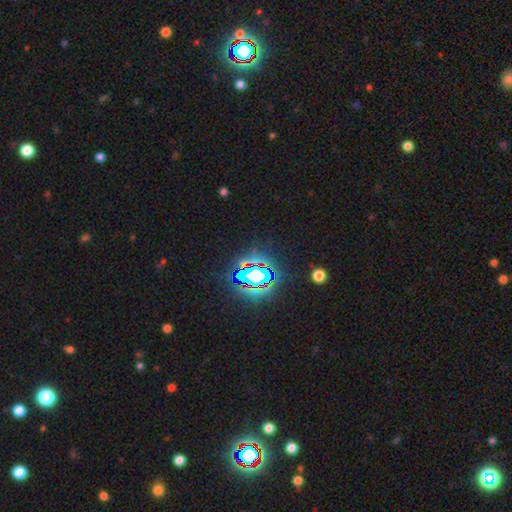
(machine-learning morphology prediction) star or artifact 83%, smooth 10%, featured or disk 7%.